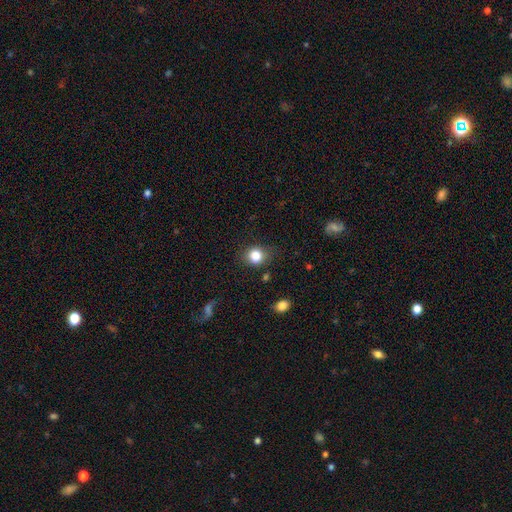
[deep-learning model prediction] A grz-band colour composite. It shows a smooth galaxy with no disk features (83%) that is round (74%). Merging: none (77%).